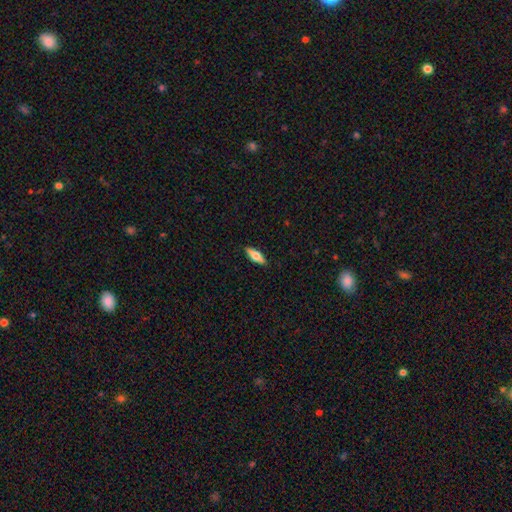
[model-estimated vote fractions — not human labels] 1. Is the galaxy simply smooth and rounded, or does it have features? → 56% smooth, 38% featured or disk, 6% star or artifact.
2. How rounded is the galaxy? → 56% in between, 41% cigar-shaped, 3% round.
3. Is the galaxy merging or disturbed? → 90% none, 8% minor disturbance, 2% major disturbance, 1% merger.